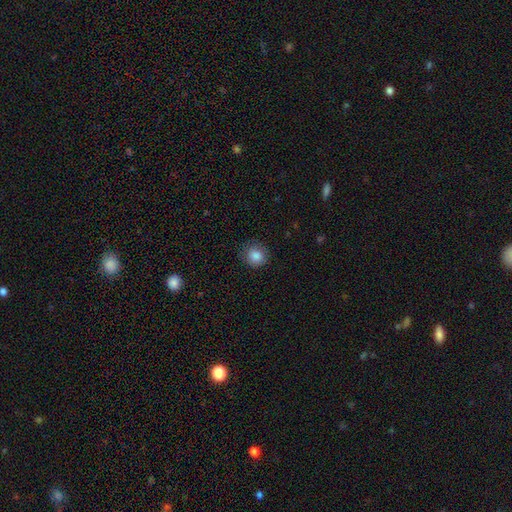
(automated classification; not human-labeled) Smooth or featured? smooth (86%)
How rounded? round (87%)
Merging? none (83%)